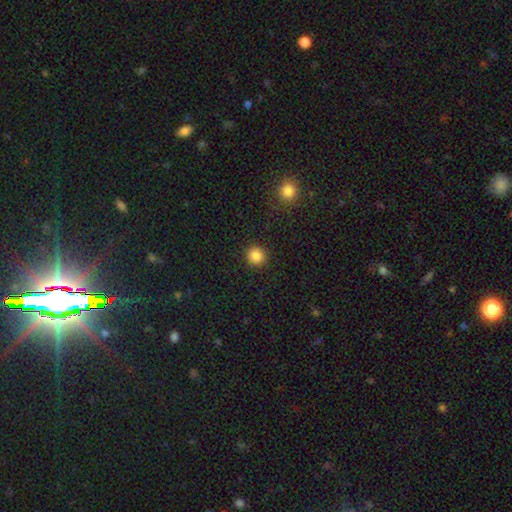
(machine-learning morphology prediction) This is clearly a smooth galaxy (85%). How rounded: clearly round (93%). Merging: clearly none (92%).